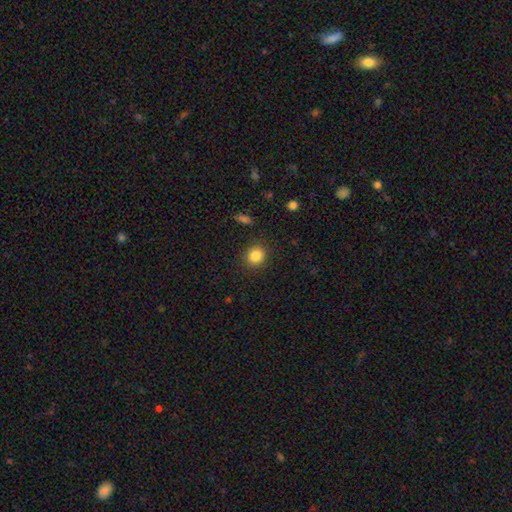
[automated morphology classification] A smooth galaxy with no disk features (85%) that is round (83%).

Vote fractions:
- Smooth or featured? smooth: 85% / star or artifact: 10% / featured or disk: 5%
- How rounded? round: 83% / in between: 16% / cigar-shaped: 1%
- Merging? none: 89% / minor disturbance: 7% / major disturbance: 2% / merger: 1%